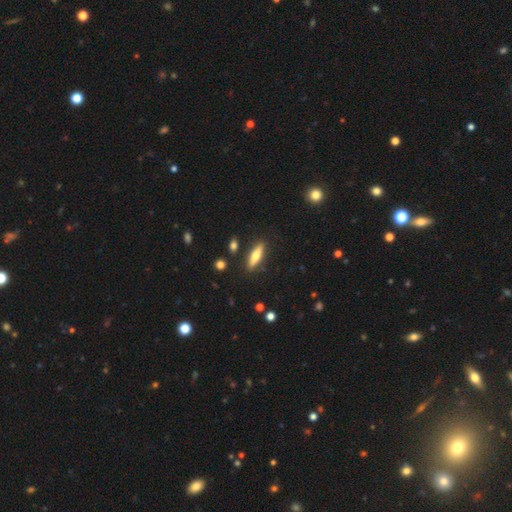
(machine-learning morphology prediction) This appears to be a smooth galaxy with no disk features (56%) that is cigar-shaped (68%). Merging: none (86%).